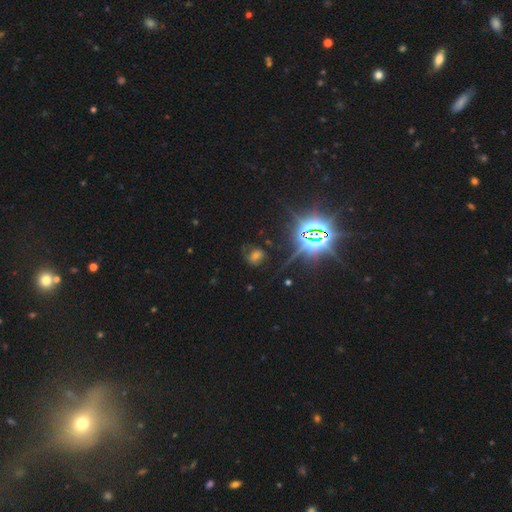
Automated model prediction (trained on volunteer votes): smooth_or_featured: star or artifact (p=0.56) [alt: smooth p=0.24]